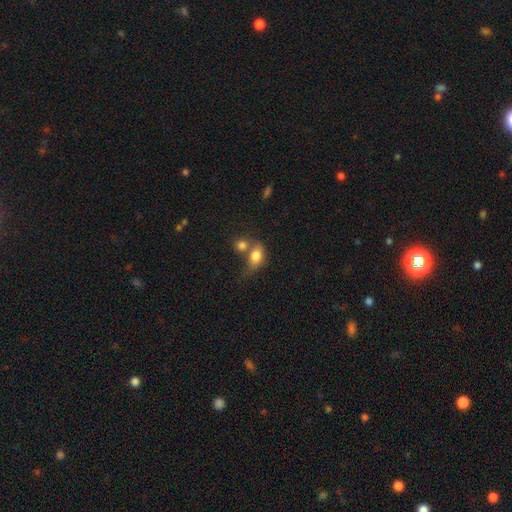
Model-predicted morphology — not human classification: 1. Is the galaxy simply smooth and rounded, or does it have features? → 79% smooth, 13% featured or disk, 9% star or artifact.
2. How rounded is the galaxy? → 71% in between, 26% round, 3% cigar-shaped.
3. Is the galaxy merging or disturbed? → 50% merger, 25% none, 14% minor disturbance, 10% major disturbance.